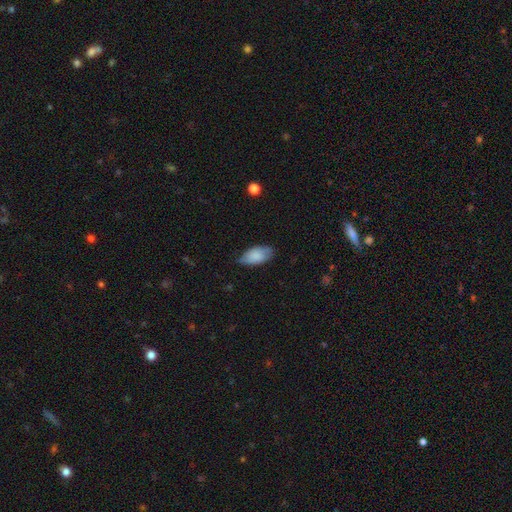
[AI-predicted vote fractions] smooth 86%, featured or disk 8%, star or artifact 6%. Down the decision tree: how rounded — in between (94%); merging — none (73%).